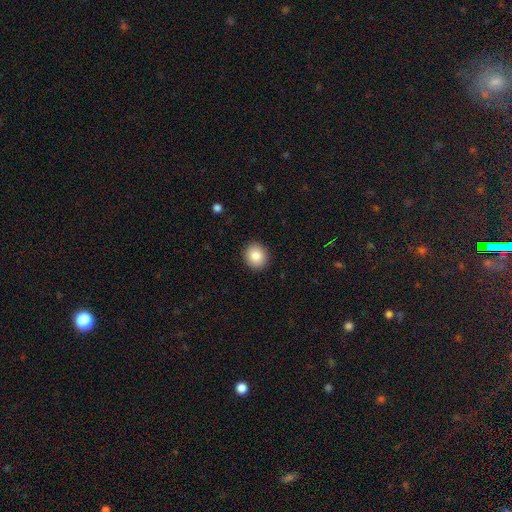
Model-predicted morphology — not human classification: Q: Smooth or featured?
A: smooth (85%); runner-up: star or artifact (9%)
Q: How rounded?
A: round (81%); runner-up: in between (18%)
Q: Merging?
A: none (91%); runner-up: minor disturbance (6%)